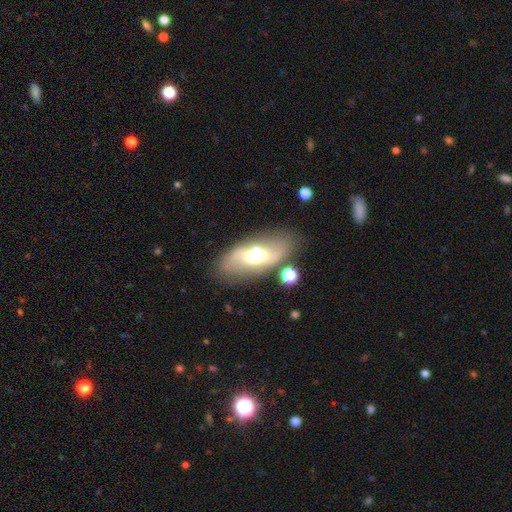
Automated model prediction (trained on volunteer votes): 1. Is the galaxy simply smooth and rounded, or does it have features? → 55% featured or disk, 37% smooth, 8% star or artifact.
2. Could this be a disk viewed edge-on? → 84% no, 16% yes.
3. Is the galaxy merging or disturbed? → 72% none, 16% minor disturbance, 6% major disturbance, 6% merger.